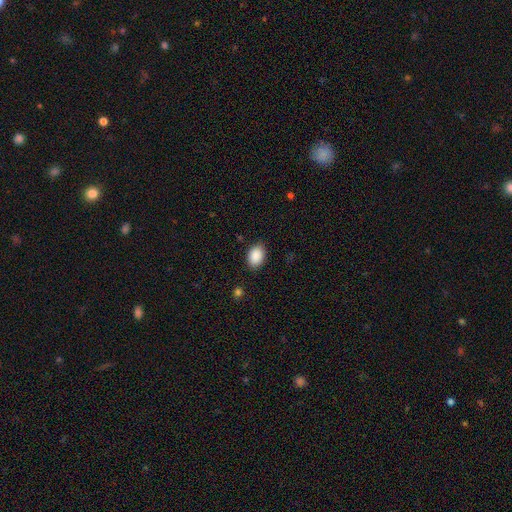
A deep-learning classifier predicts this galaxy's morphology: Smooth or featured? smooth (90%)
How rounded? in between (83%)
Merging? none (86%)